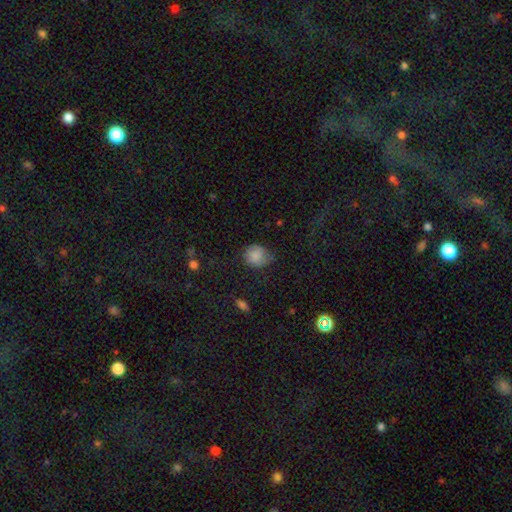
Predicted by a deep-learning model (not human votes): Smooth or featured: smooth — 82% (star or artifact — 9%)
How rounded: round — 77% (in between — 22%)
Merging: none — 56% (minor disturbance — 33%)